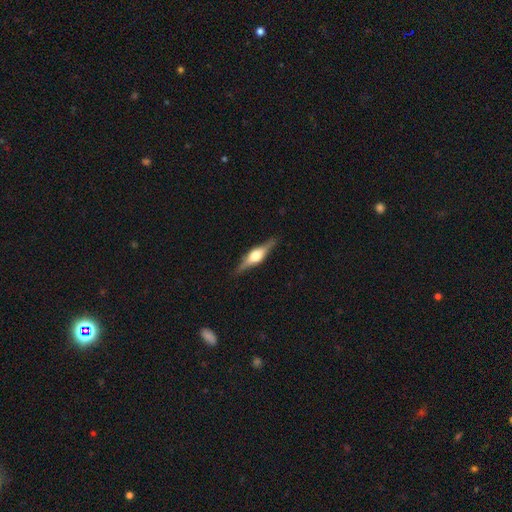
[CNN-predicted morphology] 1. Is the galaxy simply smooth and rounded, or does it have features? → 73% featured or disk, 22% smooth, 5% star or artifact.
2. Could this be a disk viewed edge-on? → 97% yes, 3% no.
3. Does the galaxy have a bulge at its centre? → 91% rounded, 7% boxy, 2% none.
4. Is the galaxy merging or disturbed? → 88% none, 9% minor disturbance, 2% major disturbance, 1% merger.